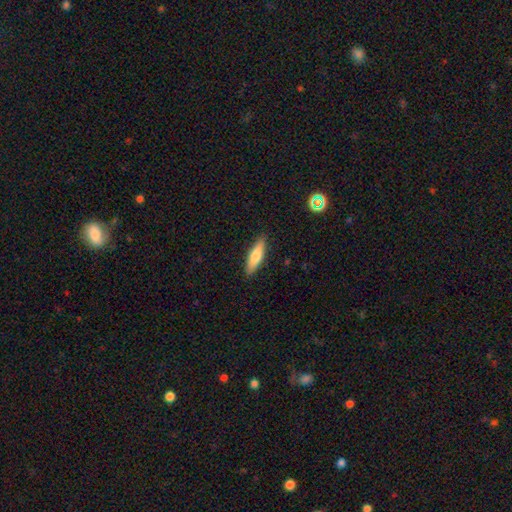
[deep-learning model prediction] Overall: smooth (68%). How rounded: cigar-shaped (66%; in between 32%). Merging: none (89%).